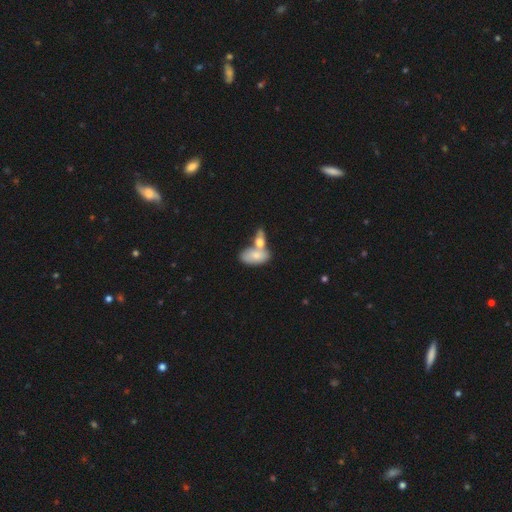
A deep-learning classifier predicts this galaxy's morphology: smooth 73%, featured or disk 21%, star or artifact 7%. Down the decision tree: how rounded — in between (91%); merging — merger (61%).